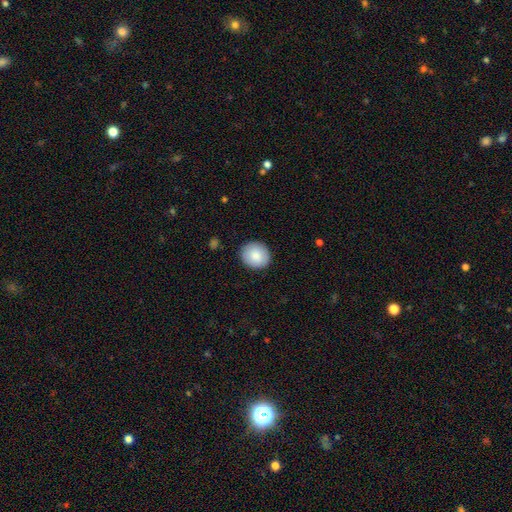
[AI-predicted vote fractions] A smooth galaxy with no disk features (85%) that is round (80%). Merging: none (89%).